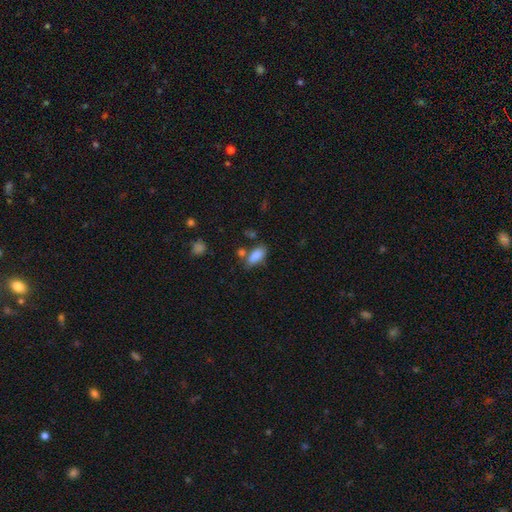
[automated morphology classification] This is clearly a smooth galaxy (86%). How rounded: clearly in between (87%). Merging: likely none (62%).